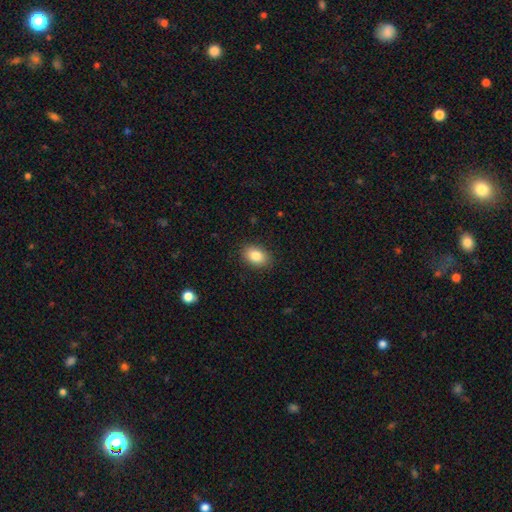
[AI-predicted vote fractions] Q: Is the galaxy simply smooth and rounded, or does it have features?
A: smooth — 84%.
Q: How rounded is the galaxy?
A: in between — 82%.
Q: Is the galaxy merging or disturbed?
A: none — 88%.